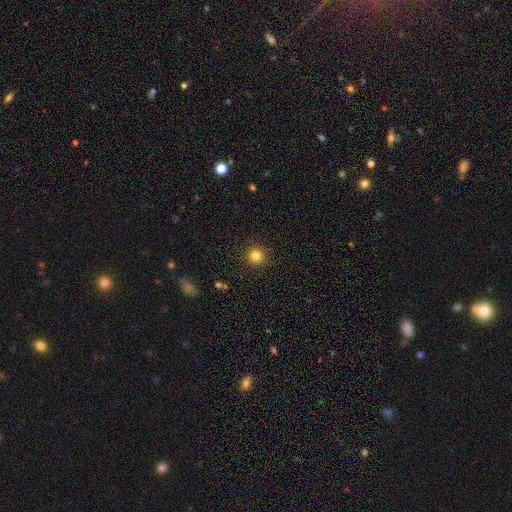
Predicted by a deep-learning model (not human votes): This appears to be a smooth galaxy with no disk features (83%) that is round (93%). Merging: none (92%).